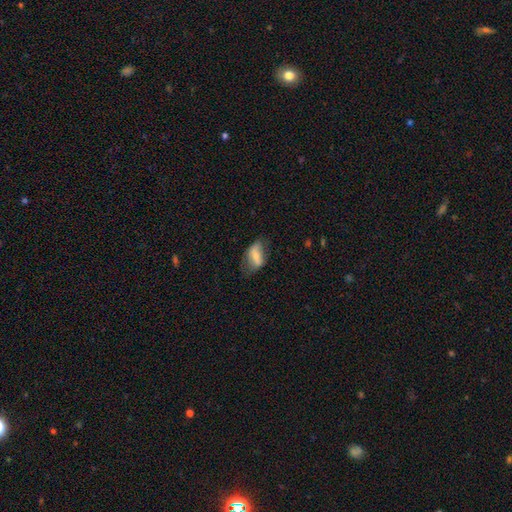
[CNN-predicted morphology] Overall: smooth (57%; featured or disk 35%). How rounded: in between (87%). Merging: none (52%; minor disturbance 29%).